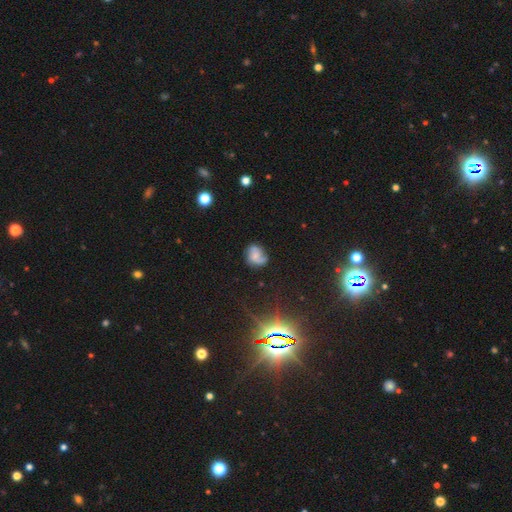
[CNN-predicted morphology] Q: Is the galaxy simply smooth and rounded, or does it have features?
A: featured or disk — 49%.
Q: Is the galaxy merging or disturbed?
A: none — 60%.